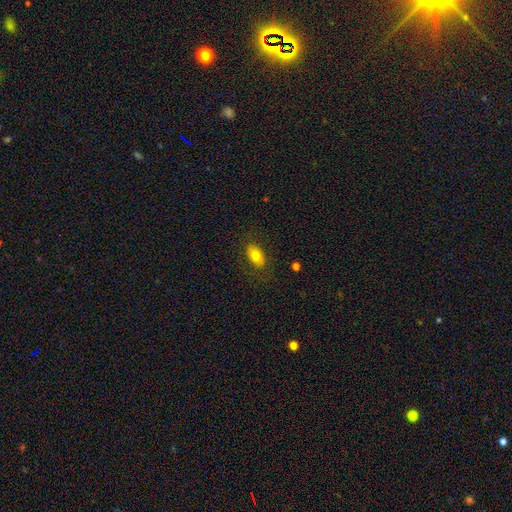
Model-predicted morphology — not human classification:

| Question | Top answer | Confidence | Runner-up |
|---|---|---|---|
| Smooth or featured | smooth | 76% | featured or disk (16%) |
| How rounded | in between | 91% | round (7%) |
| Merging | none | 82% | minor disturbance (12%) |